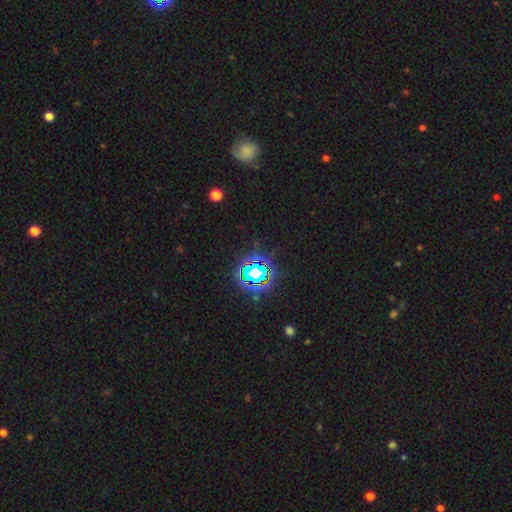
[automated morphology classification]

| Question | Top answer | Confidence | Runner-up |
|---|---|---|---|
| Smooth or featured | star or artifact | 79% | smooth (13%) |